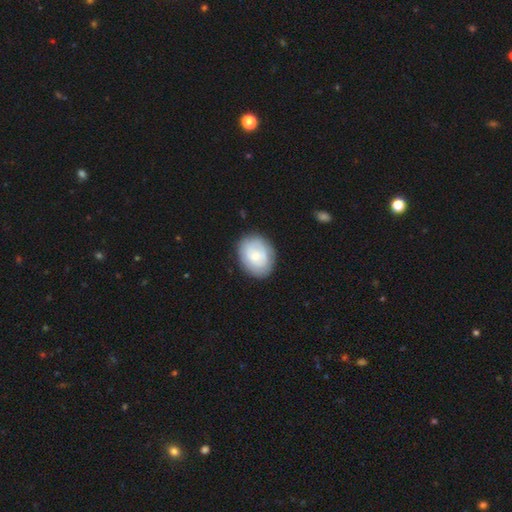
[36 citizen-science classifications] A smooth galaxy with no disk features (69%) that is round (52%).

Vote fractions:
- Smooth or featured? smooth: 69% / featured or disk: 31% / star or artifact: 0%
- How rounded? round: 52% / in between: 48% / cigar-shaped: 0%
- Merging? none: 69% / minor disturbance: 17% / major disturbance: 14% / merger: 0%